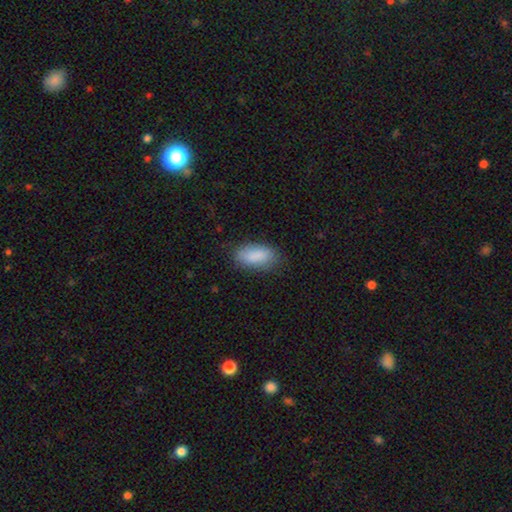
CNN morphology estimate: Q: Smooth or featured?
A: smooth (87%); runner-up: star or artifact (7%)
Q: How rounded?
A: in between (89%); runner-up: cigar-shaped (8%)
Q: Merging?
A: none (77%); runner-up: minor disturbance (17%)